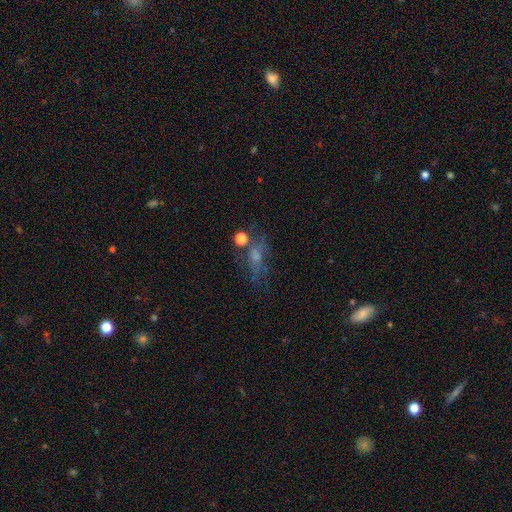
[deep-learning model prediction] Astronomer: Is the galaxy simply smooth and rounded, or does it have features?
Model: smooth — 37% (runner-up: featured or disk, 36%).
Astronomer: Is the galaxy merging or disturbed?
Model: none — 51%.